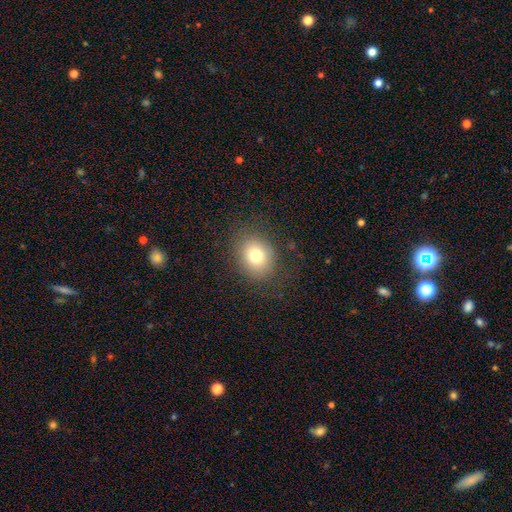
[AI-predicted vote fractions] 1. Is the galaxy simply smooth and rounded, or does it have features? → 75% smooth, 13% star or artifact, 12% featured or disk.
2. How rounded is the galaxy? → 60% round, 40% in between, 1% cigar-shaped.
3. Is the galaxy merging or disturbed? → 82% none, 11% minor disturbance, 6% major disturbance, 1% merger.